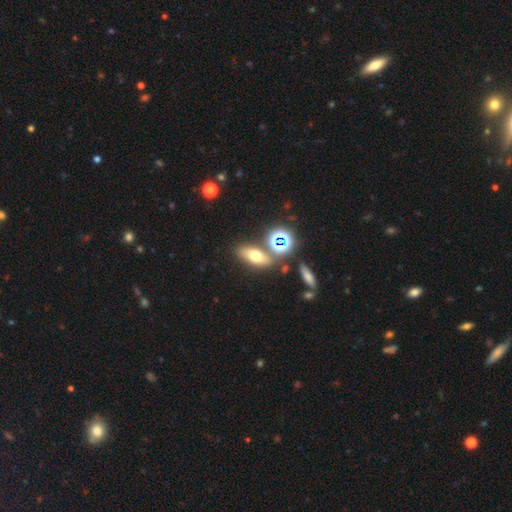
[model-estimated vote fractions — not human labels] A smooth galaxy with no disk features (60%) that is in between round and cigar-shaped (64%). Merging: none (69%).